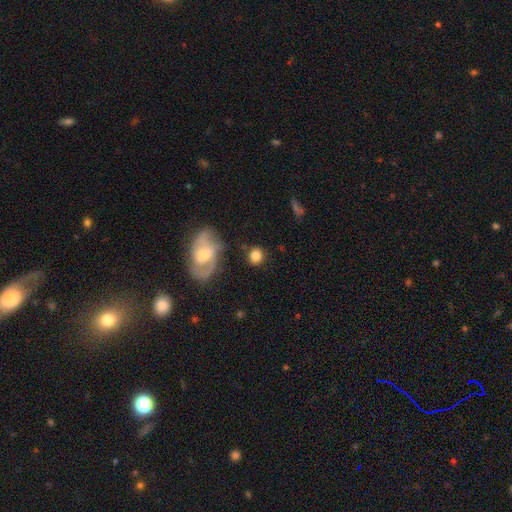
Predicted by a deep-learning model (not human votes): Smooth or featured? smooth (76%)
How rounded? round (77%)
Merging? none (77%)